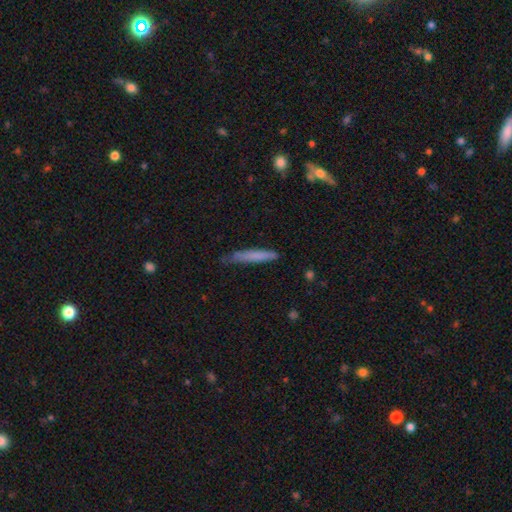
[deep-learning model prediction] This appears to be a smooth galaxy with no disk features (71%) that is cigar-shaped (94%). Merging: none (71%).